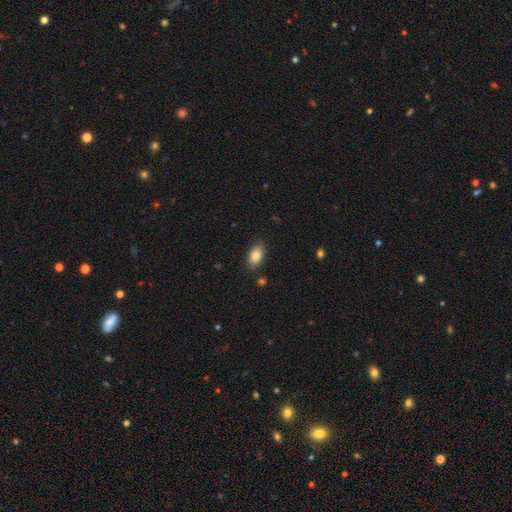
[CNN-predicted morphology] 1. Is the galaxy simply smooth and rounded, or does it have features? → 83% smooth, 10% featured or disk, 8% star or artifact.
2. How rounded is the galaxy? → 90% in between, 7% round, 3% cigar-shaped.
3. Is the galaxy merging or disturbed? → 85% none, 11% minor disturbance, 2% major disturbance, 2% merger.